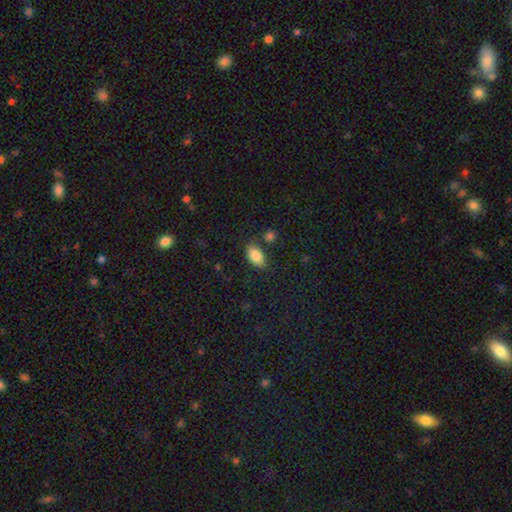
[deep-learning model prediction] The model was most divided on "merging": none: 78%, minor disturbance: 13%, merger: 6%, major disturbance: 3%. More confident: how rounded — in between (92%); smooth or featured — smooth (86%).